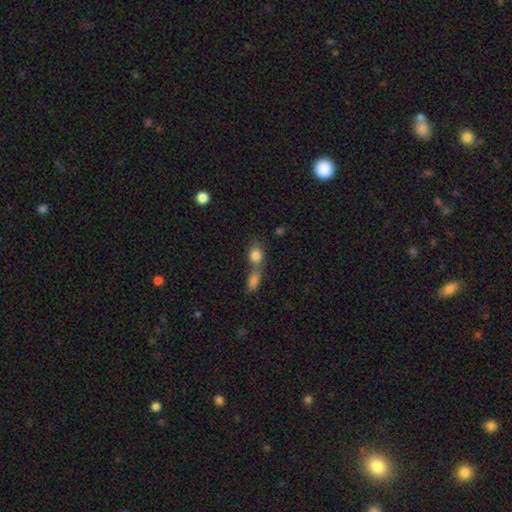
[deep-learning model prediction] Morphology: type=smooth (81%); roundness=in between (52%); merging=merger (57%).